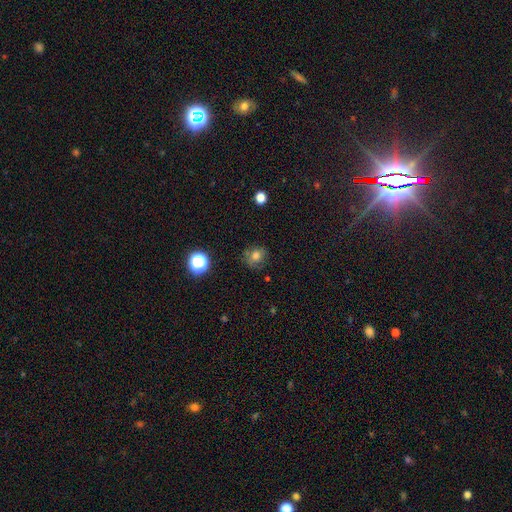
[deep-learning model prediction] Smooth or featured? Predicted: smooth (p=0.70). How rounded? Predicted: round (p=0.73). Merging? Predicted: none (p=0.72).